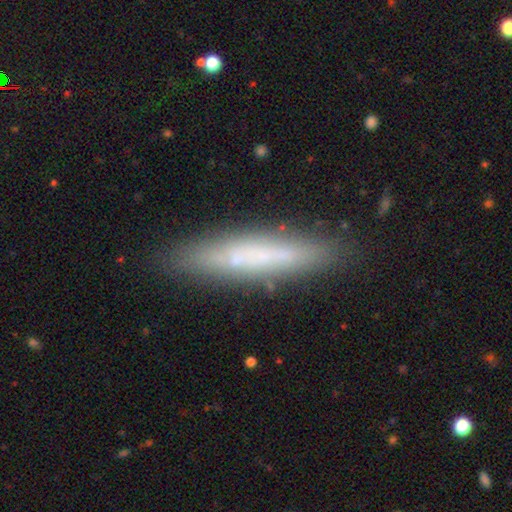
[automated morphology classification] This appears to be a smooth galaxy with no disk features (49%). Merging: none (85%).